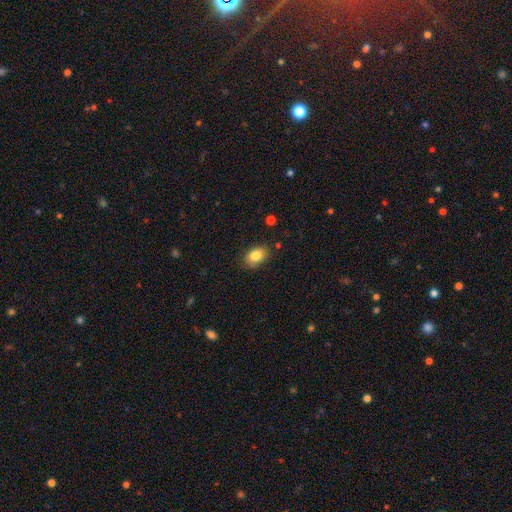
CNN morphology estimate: The model was most divided on "how rounded": in between: 84%, round: 15%, cigar-shaped: 1%. More confident: smooth or featured — smooth (83%); merging — none (83%).